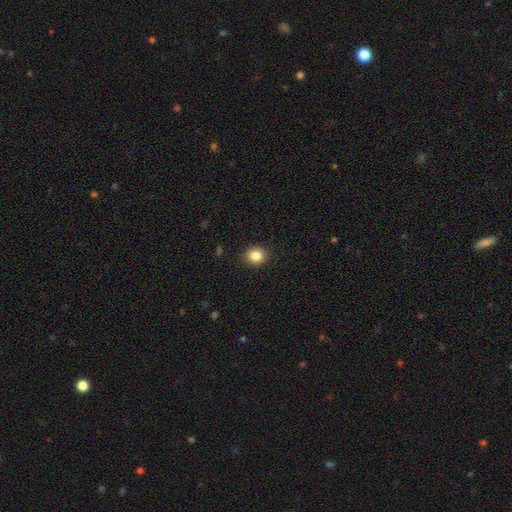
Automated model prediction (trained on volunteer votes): Smooth or featured? smooth (85%)
How rounded? round (80%)
Merging? none (91%)